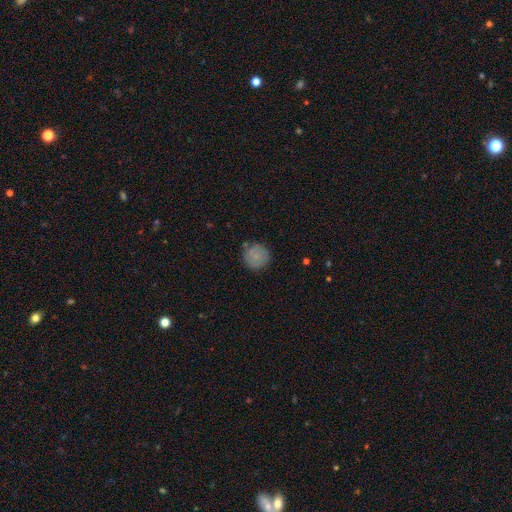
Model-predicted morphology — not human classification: smooth 76%, featured or disk 16%, star or artifact 8%. Down the decision tree: how rounded — round (94%); merging — none (81%).